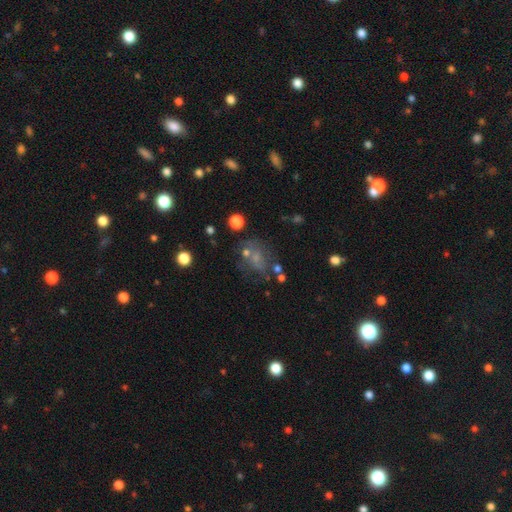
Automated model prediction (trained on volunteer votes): Morphology: type=smooth (36%); merging=none (55%).